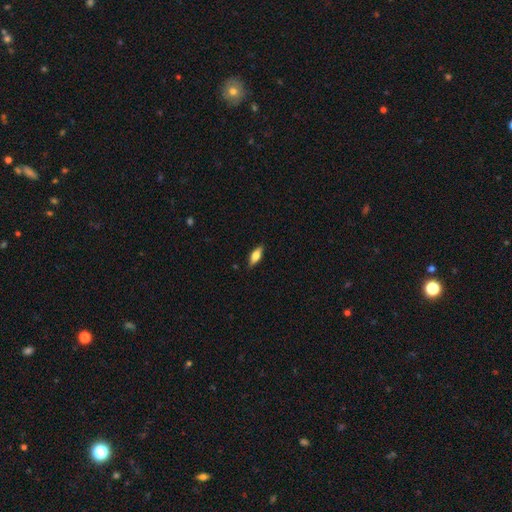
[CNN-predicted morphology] Smooth or featured? Predicted: smooth (p=0.60). How rounded? Predicted: in between (p=0.67). Merging? Predicted: none (p=0.86).